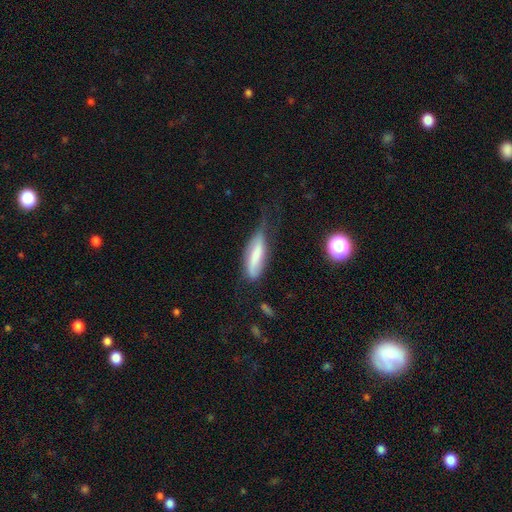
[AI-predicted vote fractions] Morphology: type=smooth (65%); roundness=cigar-shaped (55%); merging=minor disturbance (41%).